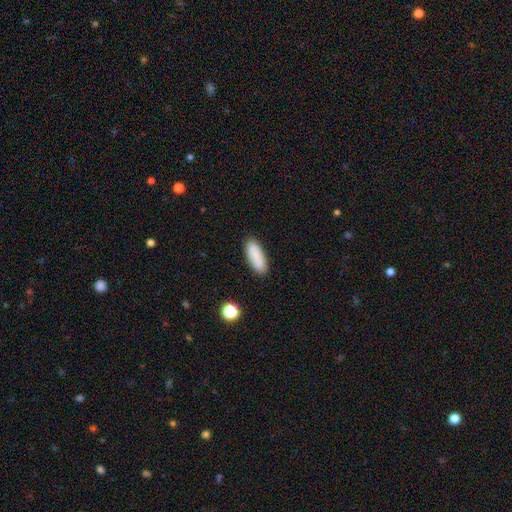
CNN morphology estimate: A smooth galaxy with no disk features (87%) that is in between round and cigar-shaped (64%). Merging: none (88%).